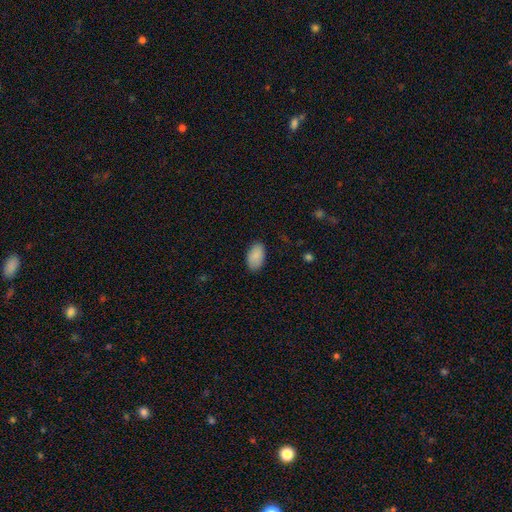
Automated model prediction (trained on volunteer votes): A smooth galaxy with no disk features (90%) that is in between round and cigar-shaped (95%).

Vote fractions:
- Smooth or featured? smooth: 90% / star or artifact: 6% / featured or disk: 4%
- How rounded? in between: 95% / round: 4% / cigar-shaped: 1%
- Merging? none: 85% / minor disturbance: 12% / major disturbance: 2% / merger: 1%